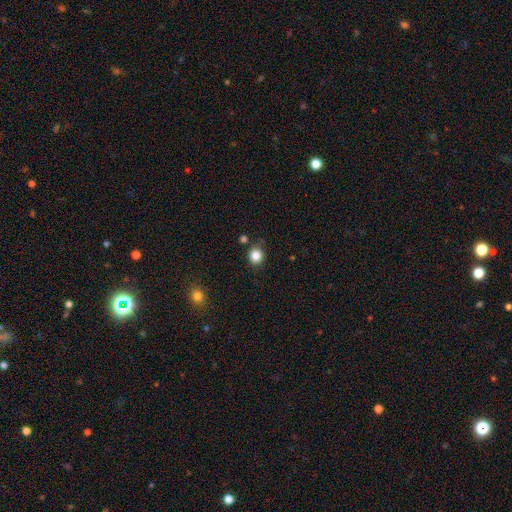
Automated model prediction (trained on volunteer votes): This appears to be a smooth galaxy with no disk features (84%) that is round (83%). Merging: none (82%).